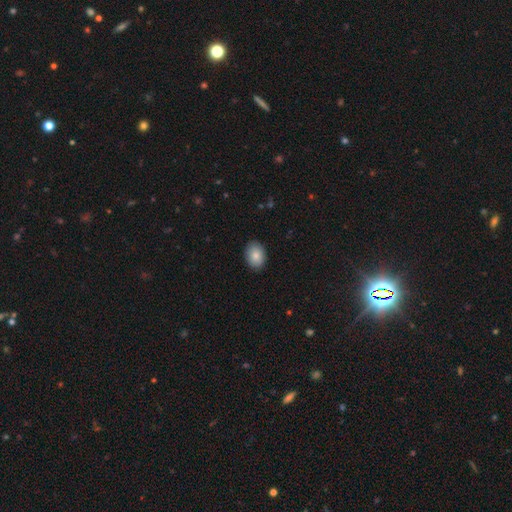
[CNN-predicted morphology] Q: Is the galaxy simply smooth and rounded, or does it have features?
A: smooth — 85%.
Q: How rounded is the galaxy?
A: in between — 75%.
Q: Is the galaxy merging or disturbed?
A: none — 88%.